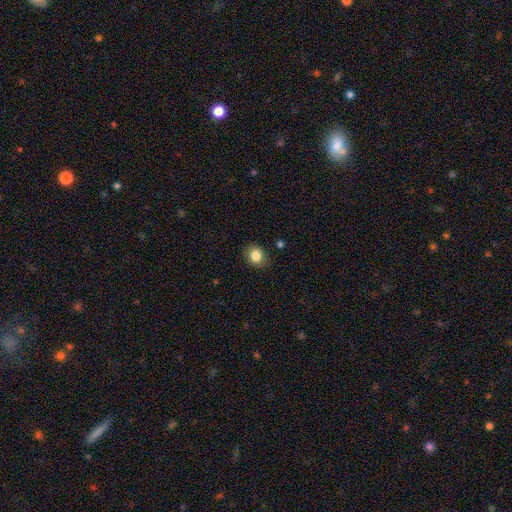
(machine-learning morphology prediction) Smooth or featured: smooth — 84% (star or artifact — 10%)
How rounded: round — 59% (in between — 40%)
Merging: none — 85% (minor disturbance — 11%)